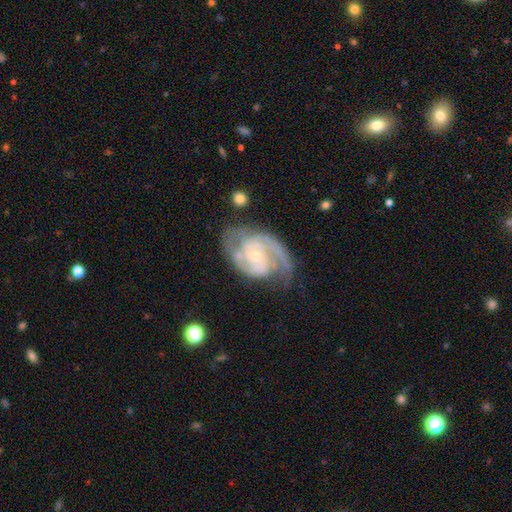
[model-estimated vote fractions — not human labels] Q: Smooth or featured?
A: featured or disk (91%); runner-up: smooth (5%)
Q: Edge-on disk?
A: no (98%); runner-up: yes (2%)
Q: Bar?
A: no (59%); runner-up: weak (32%)
Q: Spiral arms?
A: yes (98%); runner-up: no (2%)
Q: Spiral winding?
A: medium (47%); runner-up: tight (43%)
Q: Spiral arm count?
A: 2 (80%); runner-up: 3 (7%)
Q: Bulge size?
A: small (74%); runner-up: moderate (21%)
Q: Merging?
A: none (70%); runner-up: minor disturbance (19%)